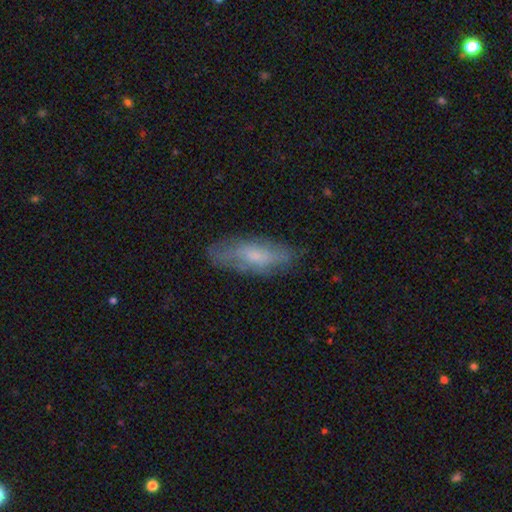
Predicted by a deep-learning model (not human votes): smooth_or_featured: smooth (p=0.55) [alt: featured or disk p=0.38]
how_rounded: in between (p=0.66) [alt: cigar-shaped p=0.32]
merging: none (p=0.69) [alt: minor disturbance p=0.22]